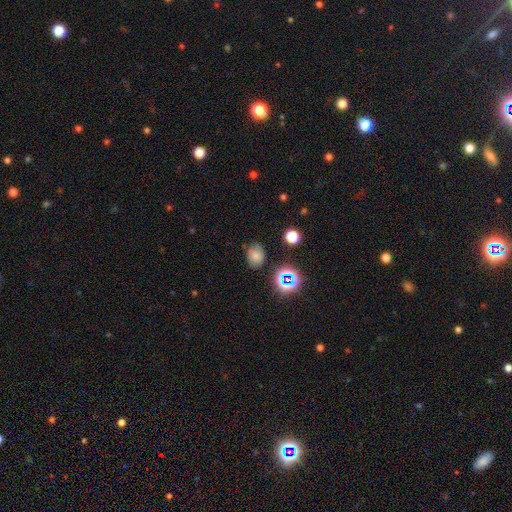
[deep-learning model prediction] smooth-or-featured: smooth: 70% | star or artifact: 20% | featured or disk: 10%
  how-rounded: round: 51% | in between: 48% | cigar-shaped: 1%
  merging: none: 70% | minor disturbance: 22% | major disturbance: 6% | merger: 3%